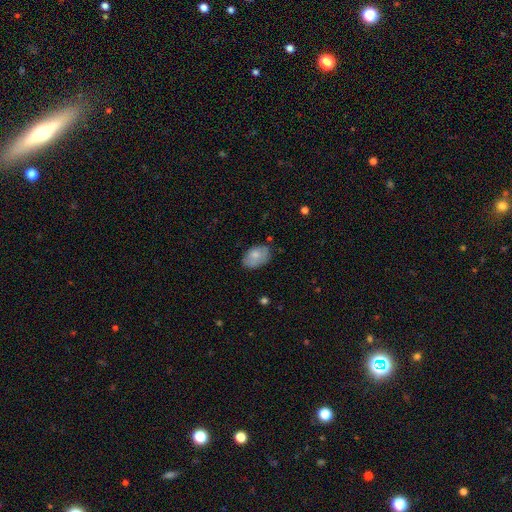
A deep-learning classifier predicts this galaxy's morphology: Smooth or featured: smooth — 74% (featured or disk — 19%)
How rounded: in between — 87% (round — 12%)
Merging: none — 70% (minor disturbance — 23%)